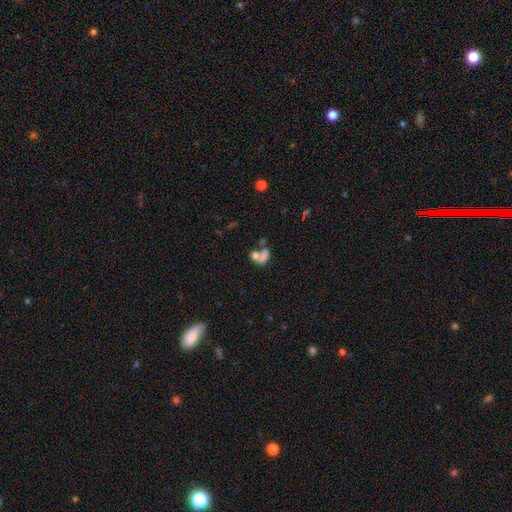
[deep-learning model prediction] The model was most divided on "merging": merger: 59%, none: 25%, minor disturbance: 8%, major disturbance: 8%. More confident: how rounded — in between (71%); smooth or featured — smooth (69%).